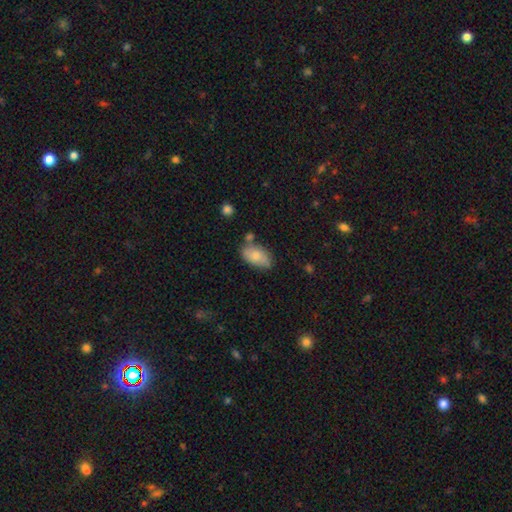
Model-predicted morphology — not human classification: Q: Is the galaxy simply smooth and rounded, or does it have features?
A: smooth — 76%.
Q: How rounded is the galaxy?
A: in between — 93%.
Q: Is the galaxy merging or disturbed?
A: none — 64%.